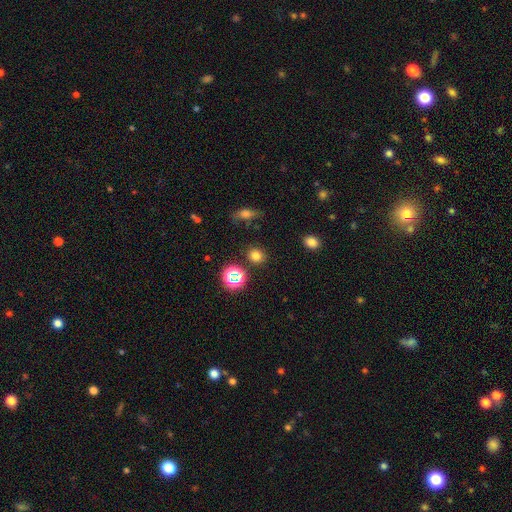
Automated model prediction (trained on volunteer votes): A smooth galaxy with no disk features (74%) that is round (79%).

Vote fractions:
- Smooth or featured? smooth: 74% / star or artifact: 20% / featured or disk: 5%
- How rounded? round: 79% / in between: 20% / cigar-shaped: 1%
- Merging? none: 85% / minor disturbance: 8% / merger: 4% / major disturbance: 3%